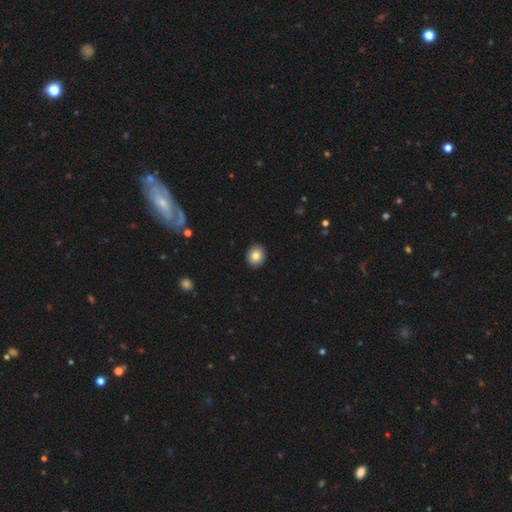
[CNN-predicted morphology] A smooth galaxy with no disk features (84%) that is round (69%). Merging: none (91%).